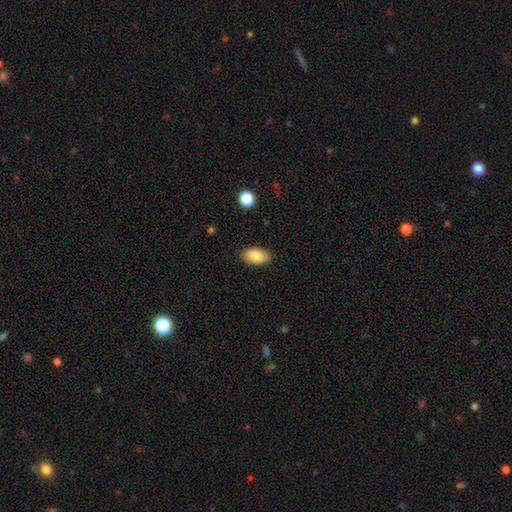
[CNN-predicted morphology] Smooth or featured: smooth — 83% (featured or disk — 10%)
How rounded: in between — 94% (round — 4%)
Merging: none — 88% (minor disturbance — 9%)